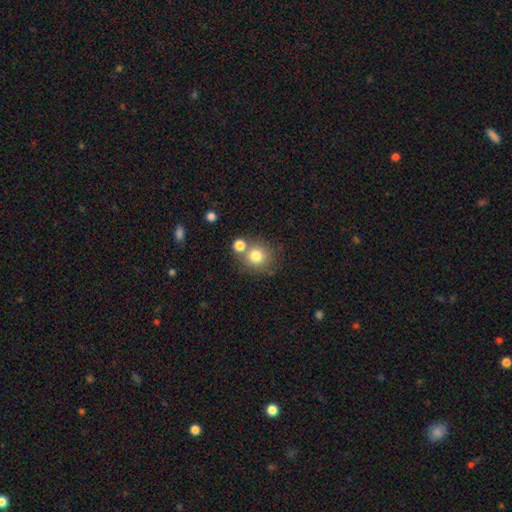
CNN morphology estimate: smooth-or-featured: smooth: 78% | star or artifact: 12% | featured or disk: 10%
  how-rounded: round: 88% | in between: 11% | cigar-shaped: 1%
  merging: none: 62% | merger: 24% | minor disturbance: 10% | major disturbance: 4%